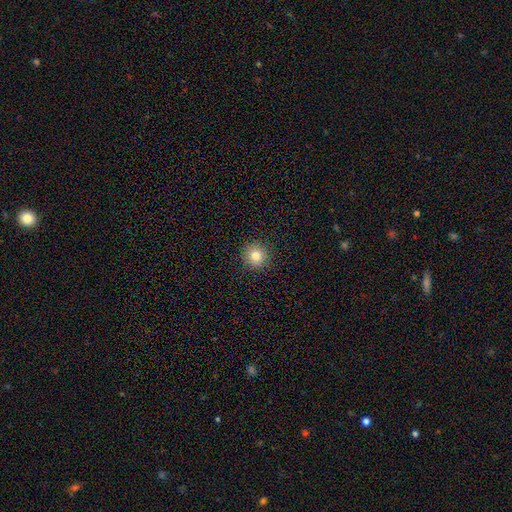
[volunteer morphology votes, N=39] Smooth or featured? smooth (87%)
How rounded? round (100%)
Merging? none (89%)